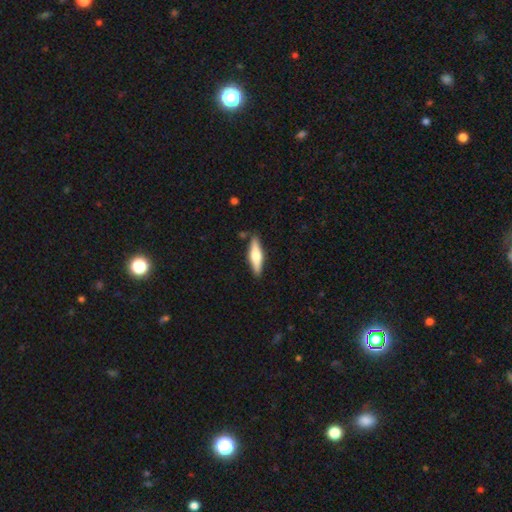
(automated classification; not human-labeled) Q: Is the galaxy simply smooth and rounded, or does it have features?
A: smooth — 49%.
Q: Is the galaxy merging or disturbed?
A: none — 87%.